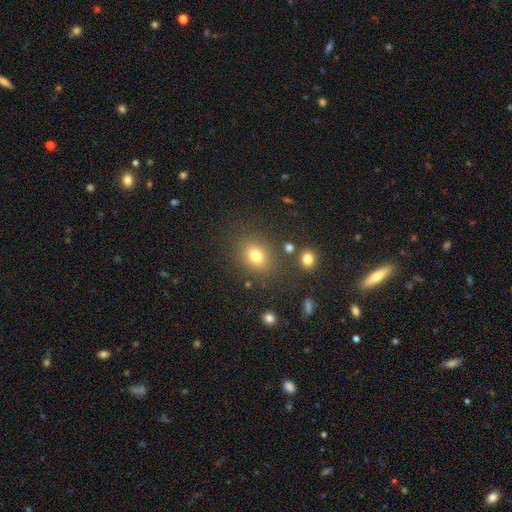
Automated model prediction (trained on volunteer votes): Smooth or featured?
  - smooth: 77% *
  - star or artifact: 14%
  - featured or disk: 9%
How rounded?
  - in between: 54% *
  - round: 44%
  - cigar-shaped: 1%
Merging?
  - none: 80% *
  - minor disturbance: 11%
  - merger: 5%
  - major disturbance: 5%